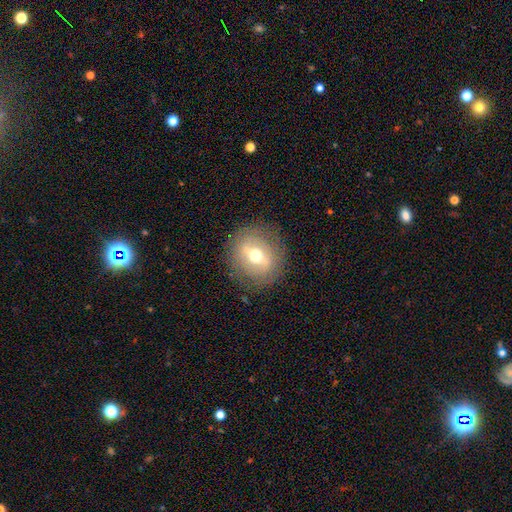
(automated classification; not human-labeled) A featured or disk galaxy (54%).

Vote fractions:
- Smooth or featured? featured or disk: 54% / smooth: 37% / star or artifact: 9%
- Edge-on disk? no: 84% / yes: 16%
- Merging? none: 82% / minor disturbance: 11% / major disturbance: 5% / merger: 1%